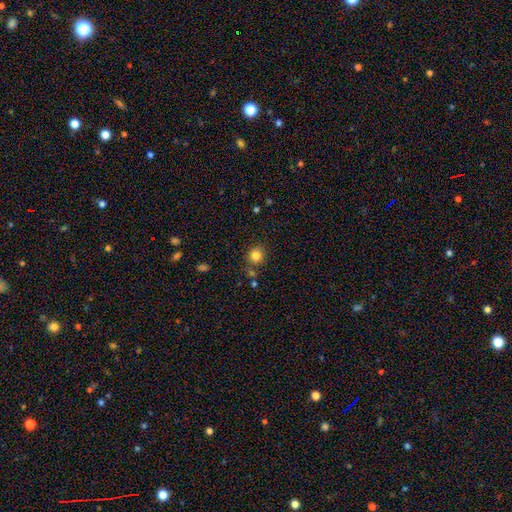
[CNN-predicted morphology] smooth-or-featured: smooth: 82% | star or artifact: 12% | featured or disk: 6%
  how-rounded: round: 89% | in between: 10% | cigar-shaped: 1%
  merging: none: 80% | minor disturbance: 10% | merger: 7% | major disturbance: 3%